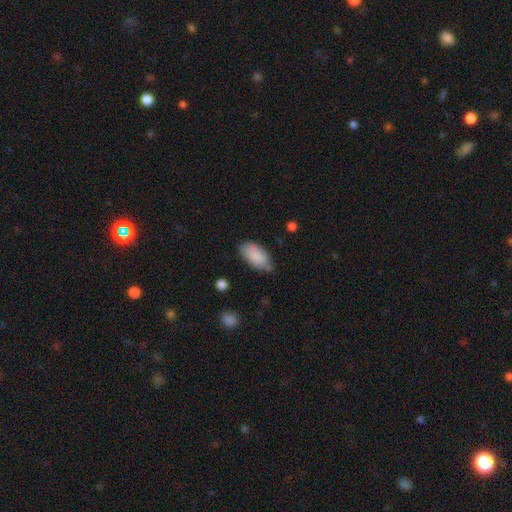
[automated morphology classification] smooth_or_featured: smooth (p=0.87) [alt: featured or disk p=0.07]
how_rounded: in between (p=0.94) [alt: cigar-shaped p=0.03]
merging: none (p=0.69) [alt: minor disturbance p=0.24]